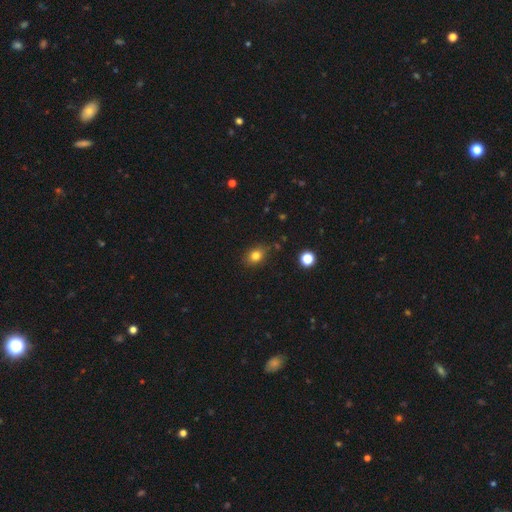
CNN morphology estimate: Smooth or featured?
  - smooth: 81% *
  - star or artifact: 12%
  - featured or disk: 7%
How rounded?
  - in between: 57% *
  - round: 42%
  - cigar-shaped: 1%
Merging?
  - none: 80% *
  - minor disturbance: 14%
  - major disturbance: 3%
  - merger: 2%